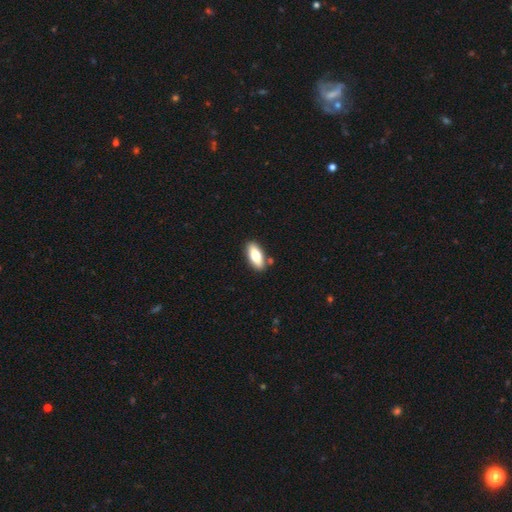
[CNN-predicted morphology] Smooth or featured?
  - smooth: 71% *
  - featured or disk: 23%
  - star or artifact: 6%
How rounded?
  - in between: 81% *
  - cigar-shaped: 16%
  - round: 3%
Merging?
  - none: 84% *
  - minor disturbance: 10%
  - merger: 4%
  - major disturbance: 2%